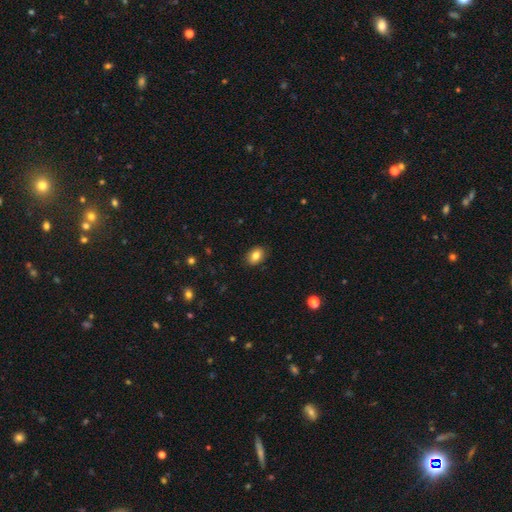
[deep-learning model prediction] Smooth or featured? Predicted: smooth (p=0.83). How rounded? Predicted: in between (p=0.76). Merging? Predicted: none (p=0.89).